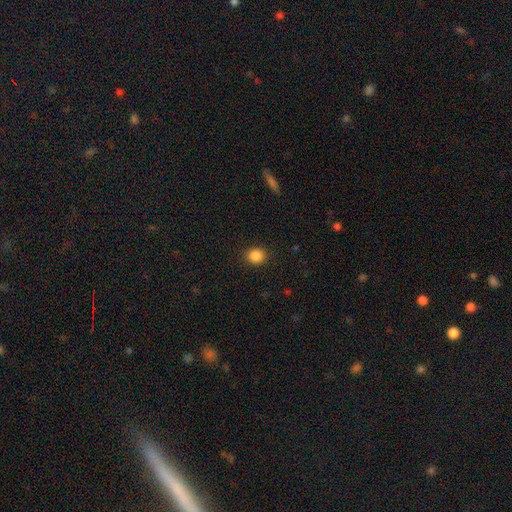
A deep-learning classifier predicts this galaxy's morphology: smooth-or-featured: smooth: 87% | star or artifact: 10% | featured or disk: 3%
  how-rounded: round: 74% | in between: 25% | cigar-shaped: 1%
  merging: none: 90% | minor disturbance: 7% | major disturbance: 2% | merger: 1%